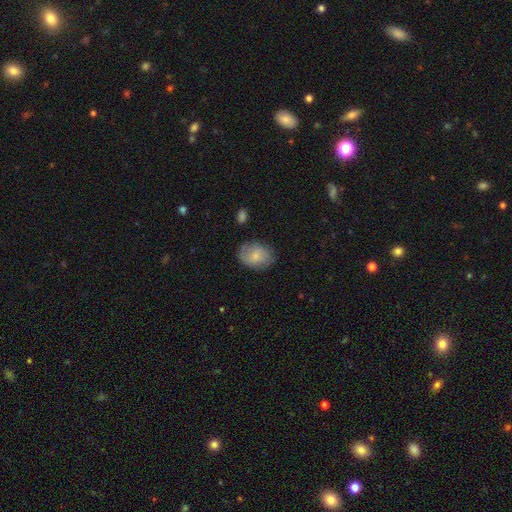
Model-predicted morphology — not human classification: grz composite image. It shows a smooth galaxy with no disk features (71%) that is in between round and cigar-shaped (65%). Merging: none (71%).